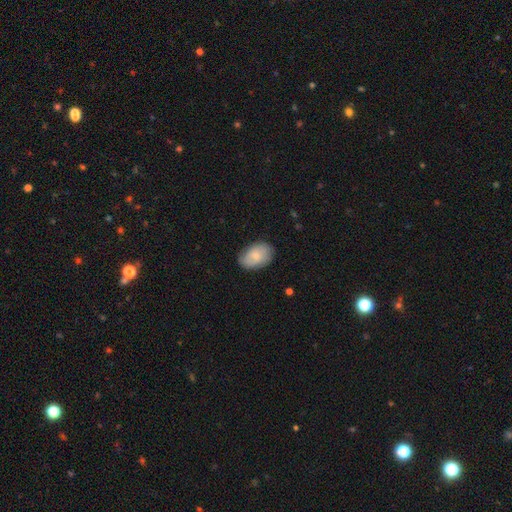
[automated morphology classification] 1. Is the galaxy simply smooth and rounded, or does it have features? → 68% smooth, 26% featured or disk, 6% star or artifact.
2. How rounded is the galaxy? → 88% in between, 10% round, 1% cigar-shaped.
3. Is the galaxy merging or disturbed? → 75% none, 20% minor disturbance, 4% major disturbance, 1% merger.